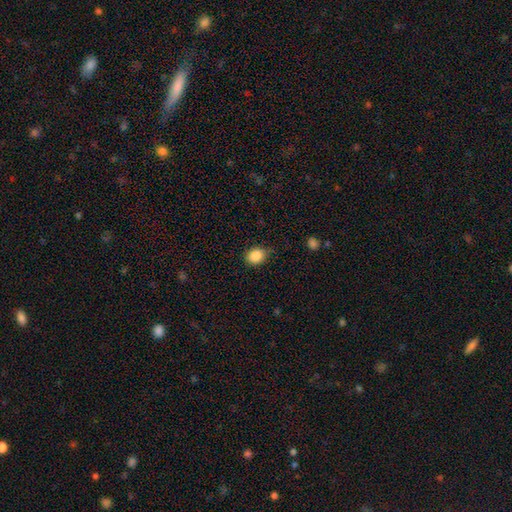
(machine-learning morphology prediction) Smooth or featured? Predicted: smooth (p=0.87). How rounded? Predicted: round (p=0.58). Merging? Predicted: none (p=0.80).